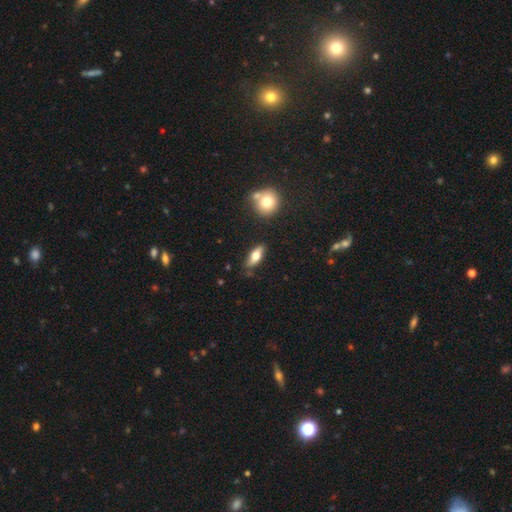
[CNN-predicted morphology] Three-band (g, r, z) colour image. It shows a smooth galaxy with no disk features (61%) that is in between round and cigar-shaped (67%). Merging: none (78%).